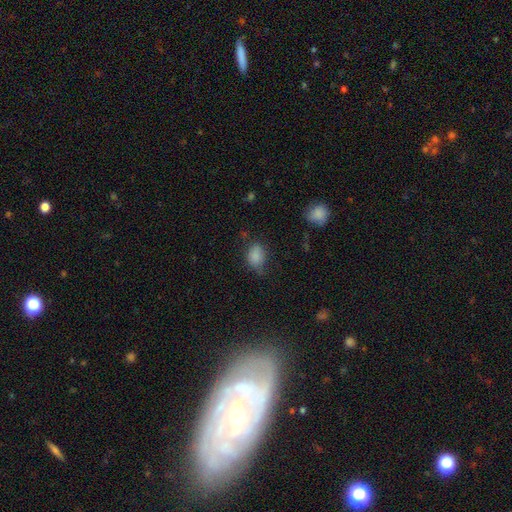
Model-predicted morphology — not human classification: smooth_or_featured: smooth (p=0.84) [alt: star or artifact p=0.10]
how_rounded: in between (p=0.77) [alt: round p=0.21]
merging: none (p=0.55) [alt: minor disturbance p=0.33]